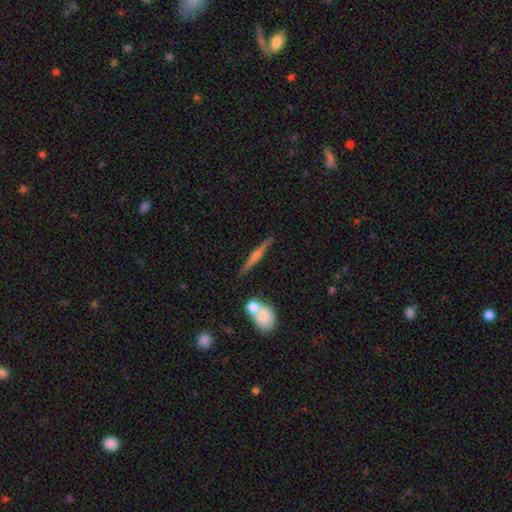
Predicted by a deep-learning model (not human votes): A featured or disk galaxy (65%) viewed edge-on (97%) with a rounded central bulge (80%). Merging: none (81%).